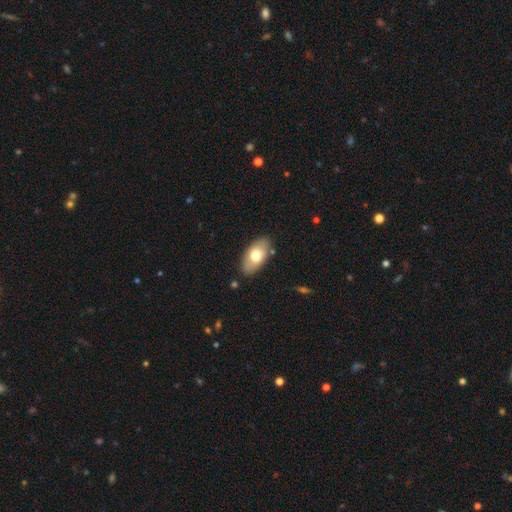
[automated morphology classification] Smooth or featured? smooth (70%)
How rounded? in between (92%)
Merging? none (83%)